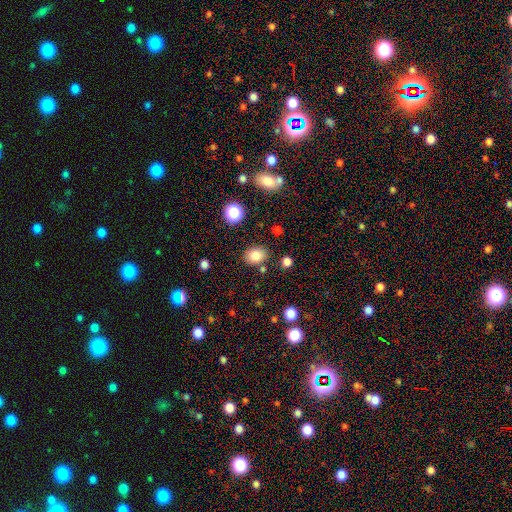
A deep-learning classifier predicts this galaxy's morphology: smooth-or-featured: smooth: 81% | star or artifact: 11% | featured or disk: 8%
  how-rounded: in between: 65% | round: 34% | cigar-shaped: 1%
  merging: none: 82% | minor disturbance: 11% | merger: 5% | major disturbance: 3%